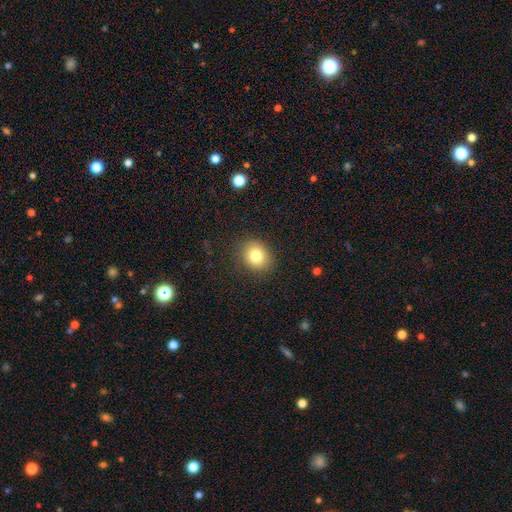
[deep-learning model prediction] Overall: smooth (80%). How rounded: round (67%; in between 32%). Merging: none (87%).